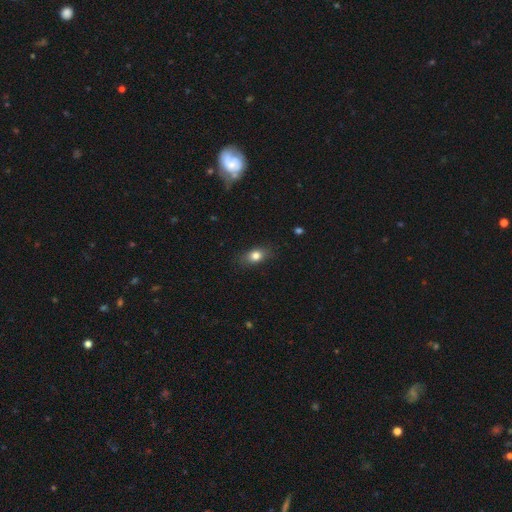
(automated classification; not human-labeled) Smooth or featured: smooth — 79% (featured or disk — 11%)
How rounded: in between — 75% (round — 19%)
Merging: none — 83% (minor disturbance — 13%)